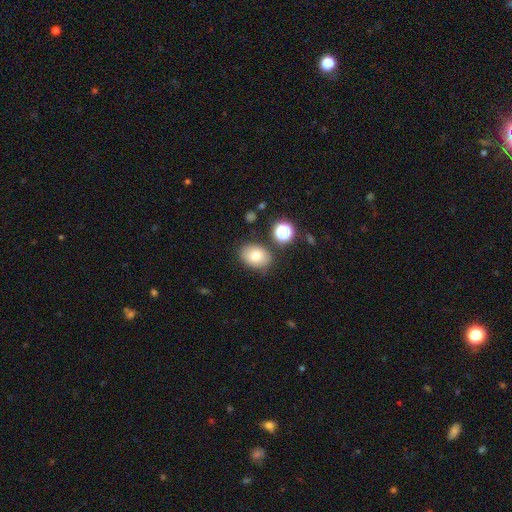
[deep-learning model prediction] A smooth galaxy with no disk features (78%) that is in between round and cigar-shaped (73%). Merging: none (80%).